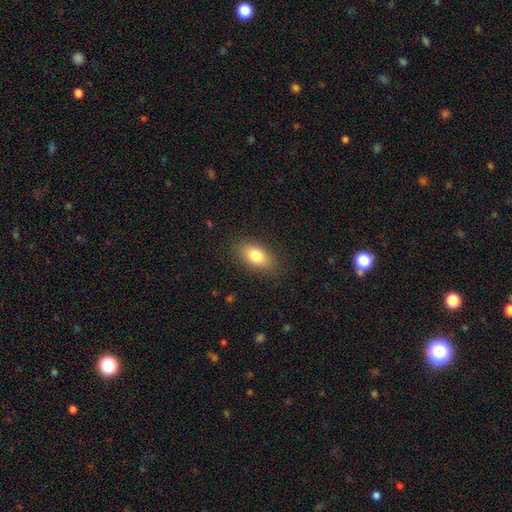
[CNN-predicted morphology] smooth-or-featured: smooth: 81% | featured or disk: 11% | star or artifact: 8%
  how-rounded: in between: 89% | round: 7% | cigar-shaped: 4%
  merging: none: 85% | minor disturbance: 11% | major disturbance: 3% | merger: 1%